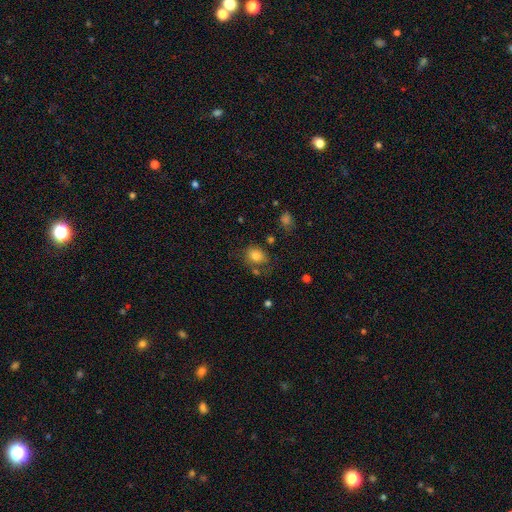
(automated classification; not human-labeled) A smooth galaxy with no disk features (81%) that is in between round and cigar-shaped (50%). Merging: none (61%).